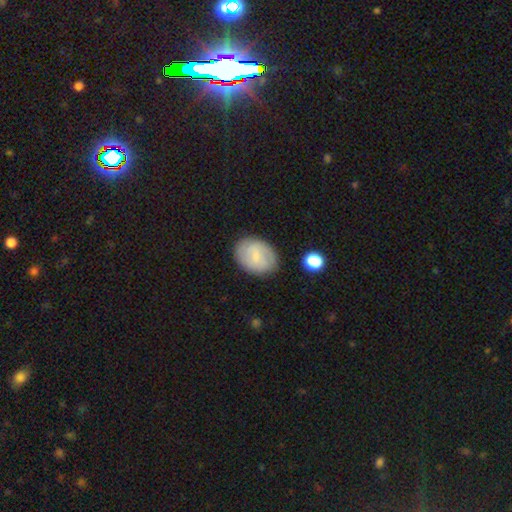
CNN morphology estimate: A smooth galaxy with no disk features (61%) that is in between round and cigar-shaped (70%). Merging: none (80%).